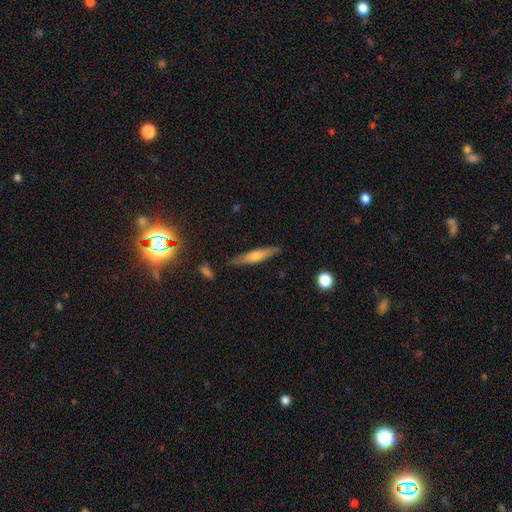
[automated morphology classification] Smooth or featured?
  - smooth: 46% *
  - featured or disk: 43%
  - star or artifact: 10%
Merging?
  - none: 86% *
  - minor disturbance: 10%
  - major disturbance: 2%
  - merger: 2%